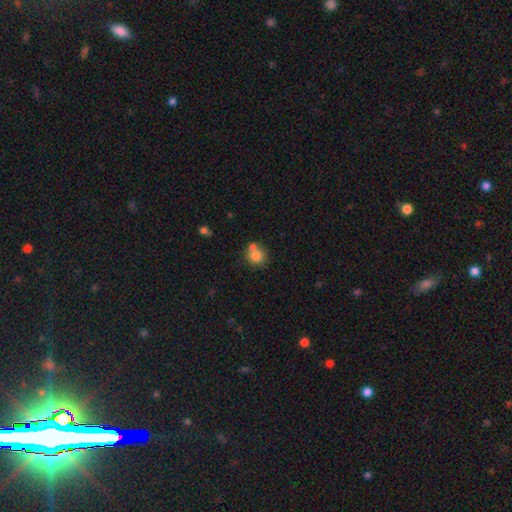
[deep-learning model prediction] A smooth galaxy with no disk features (78%) that is round (84%).

Vote fractions:
- Smooth or featured? smooth: 78% / featured or disk: 11% / star or artifact: 10%
- How rounded? round: 84% / in between: 15% / cigar-shaped: 1%
- Merging? none: 53% / merger: 33% / minor disturbance: 11% / major disturbance: 4%